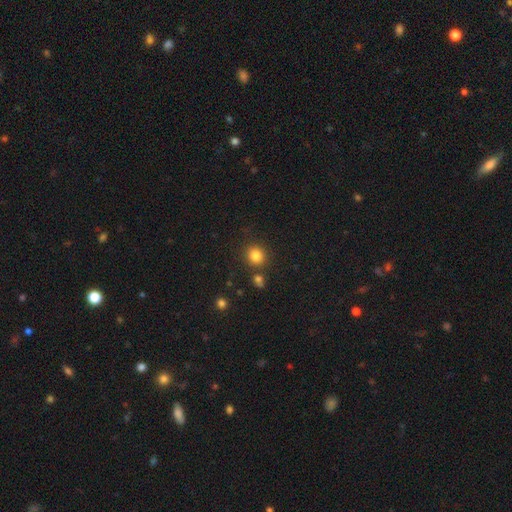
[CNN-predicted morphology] Smooth or featured?
  - smooth: 82% *
  - star or artifact: 12%
  - featured or disk: 5%
How rounded?
  - round: 83% *
  - in between: 16%
  - cigar-shaped: 1%
Merging?
  - none: 81% *
  - minor disturbance: 8%
  - merger: 8%
  - major disturbance: 3%